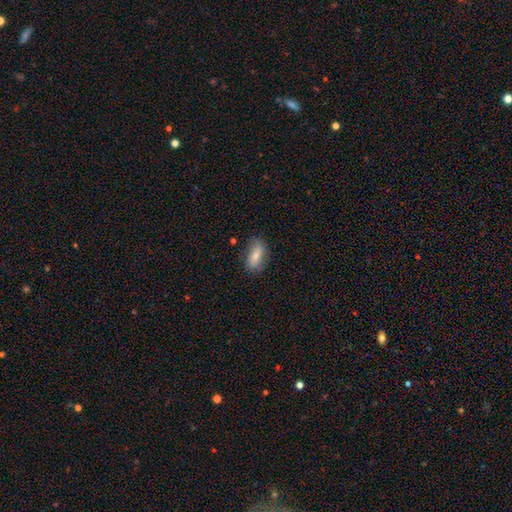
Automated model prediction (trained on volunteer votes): A smooth galaxy with no disk features (70%) that is in between round and cigar-shaped (85%). Merging: none (73%).